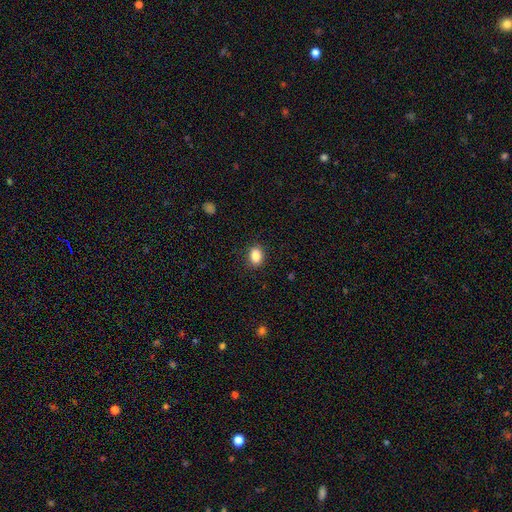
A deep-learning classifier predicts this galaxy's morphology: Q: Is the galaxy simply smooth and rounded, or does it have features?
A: smooth — 86%.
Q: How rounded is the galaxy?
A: in between — 72%.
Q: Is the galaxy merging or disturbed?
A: none — 88%.